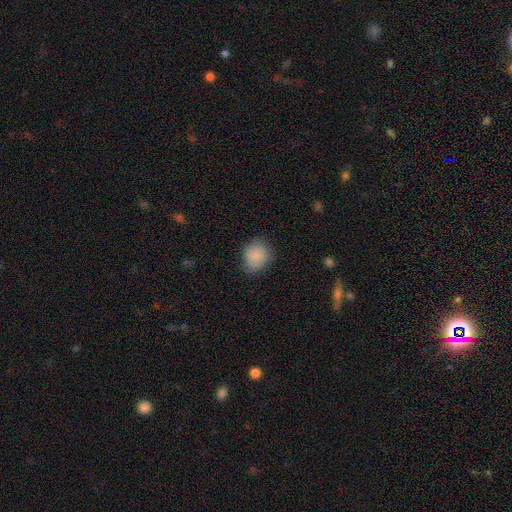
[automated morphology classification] A smooth galaxy with no disk features (87%) that is round (69%). Merging: none (75%).